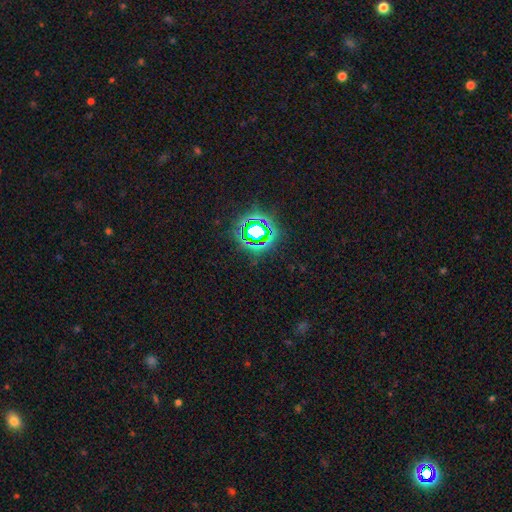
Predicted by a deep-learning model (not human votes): This is likely a star or artifact rather than a galaxy (77%).